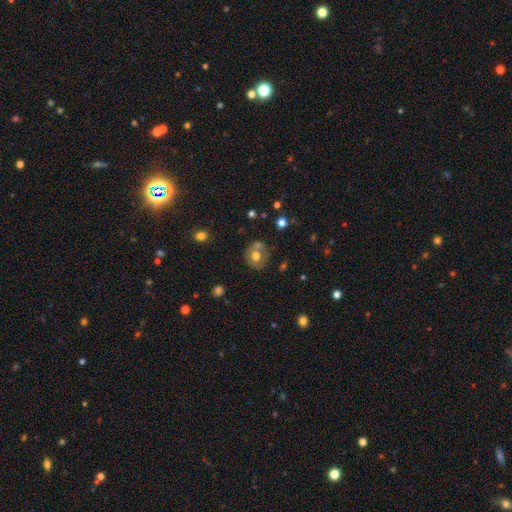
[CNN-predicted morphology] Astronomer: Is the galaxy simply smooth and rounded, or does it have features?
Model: smooth — 58%.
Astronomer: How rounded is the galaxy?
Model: round — 78%.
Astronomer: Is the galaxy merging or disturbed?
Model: none — 60%.